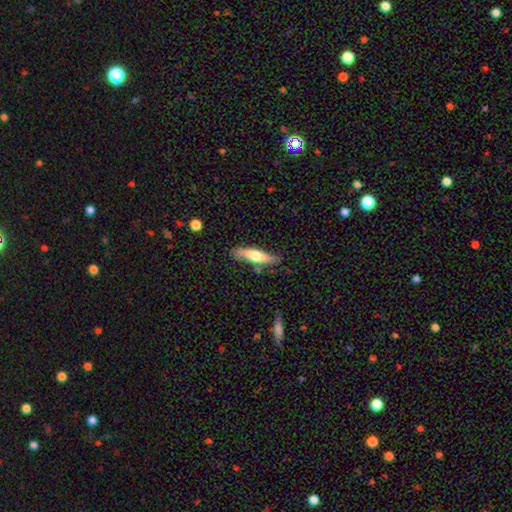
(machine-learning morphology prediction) This appears to be a featured or disk galaxy (49%). Merging: none (78%).